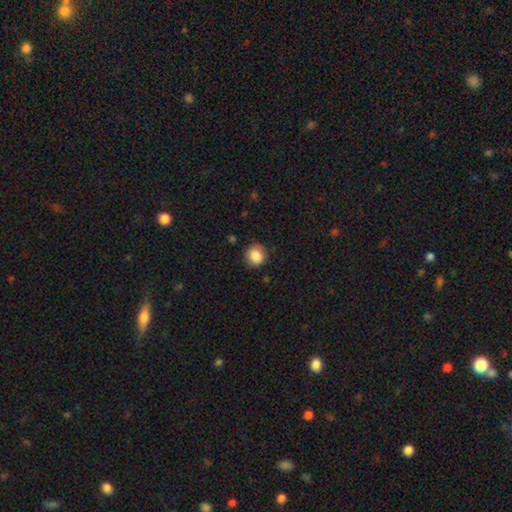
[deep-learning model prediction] Smooth or featured? smooth (86%)
How rounded? round (90%)
Merging? none (86%)